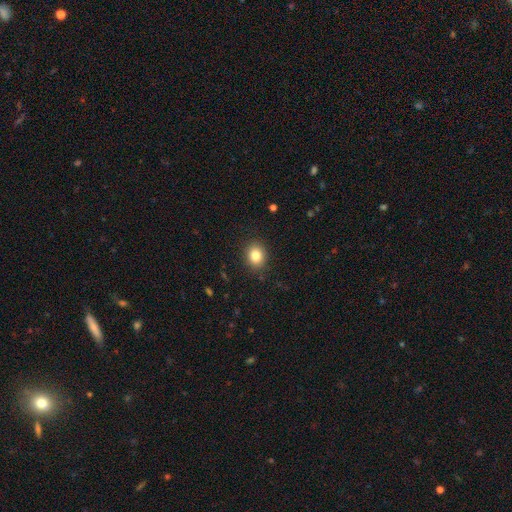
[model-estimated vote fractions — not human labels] smooth 83%, star or artifact 11%, featured or disk 7%. Down the decision tree: how rounded — round (61%); merging — none (89%).